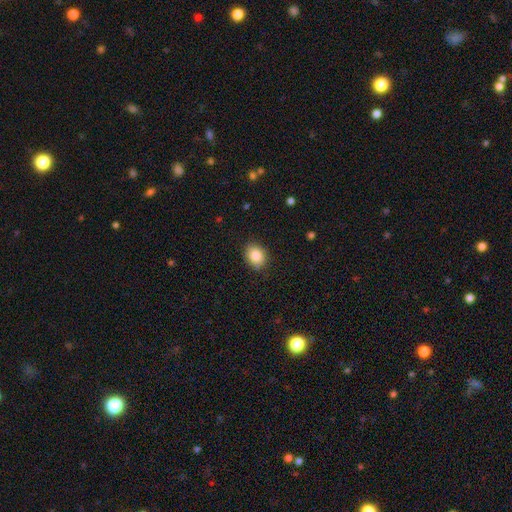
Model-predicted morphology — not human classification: type=smooth (86%); roundness=in between (52%); merging=none (85%).